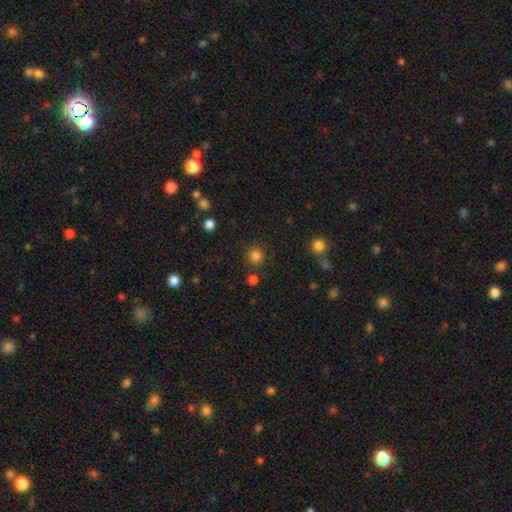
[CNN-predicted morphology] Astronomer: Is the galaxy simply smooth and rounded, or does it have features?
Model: smooth — 81%.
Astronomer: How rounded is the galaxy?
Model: round — 92%.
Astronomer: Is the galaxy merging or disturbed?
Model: none — 85%.